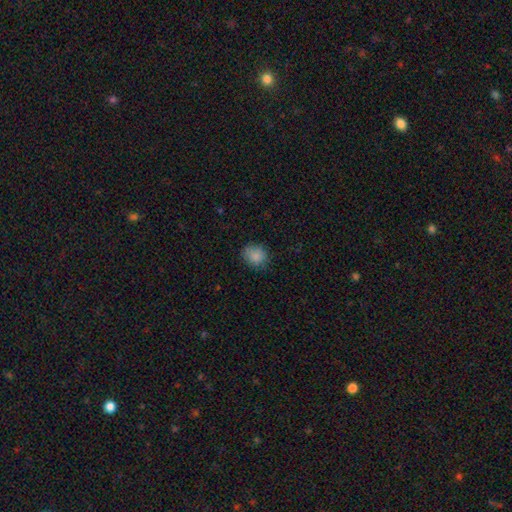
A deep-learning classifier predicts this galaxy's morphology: smooth 86%, star or artifact 9%, featured or disk 5%. Down the decision tree: how rounded — round (69%); merging — none (79%).